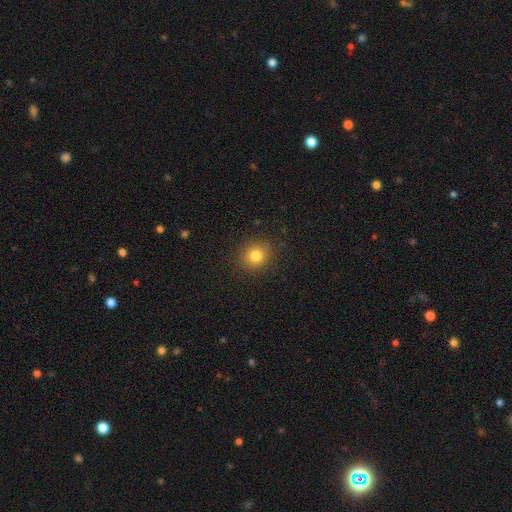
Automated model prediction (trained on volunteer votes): Q: Smooth or featured?
A: smooth (81%); runner-up: star or artifact (12%)
Q: How rounded?
A: round (87%); runner-up: in between (12%)
Q: Merging?
A: none (88%); runner-up: minor disturbance (8%)